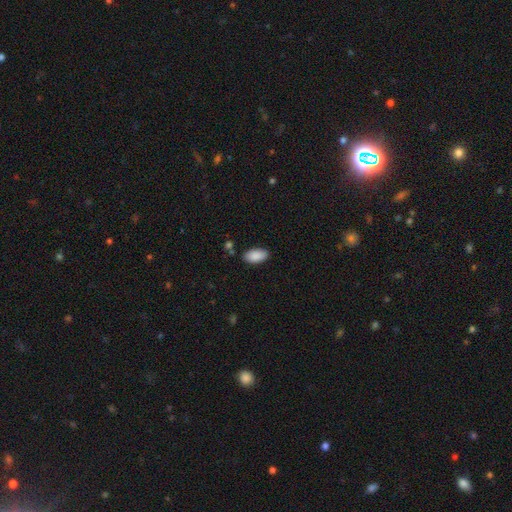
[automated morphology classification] smooth 89%, star or artifact 7%, featured or disk 4%. Down the decision tree: how rounded — in between (94%); merging — none (84%).